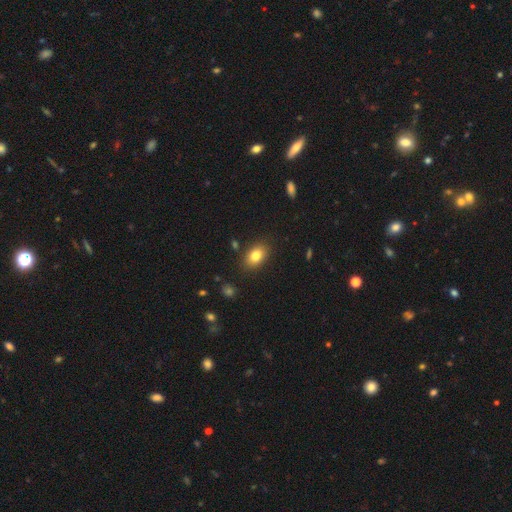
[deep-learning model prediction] Morphology: type=smooth (81%); roundness=in between (83%); merging=none (86%).